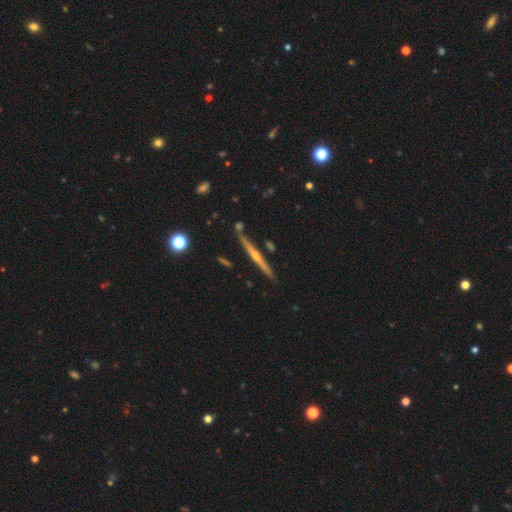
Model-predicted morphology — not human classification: featured or disk 78%, smooth 16%, star or artifact 6%. Down the decision tree: edge-on disk — yes (98%); edge-on bulge — rounded (85%); merging — none (88%).